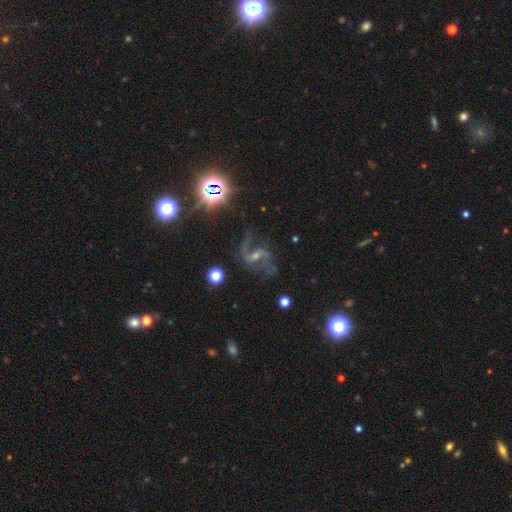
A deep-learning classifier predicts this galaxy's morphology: A featured or disk galaxy (78%) with a weak bar (45%), 2 (89%) loose (69%) spiral arms (95%) and a small central bulge (57%). Merging: none (68%).